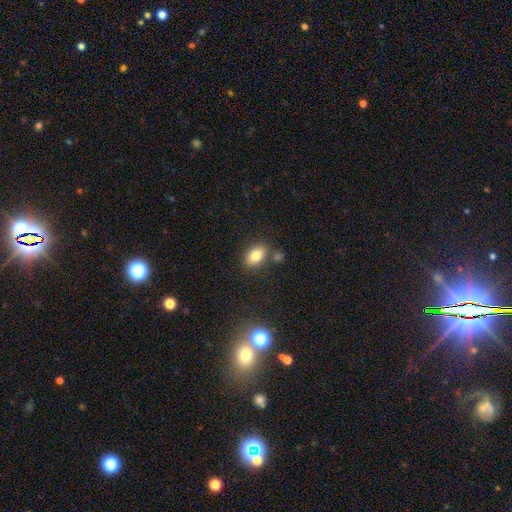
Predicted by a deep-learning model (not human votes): This appears to be a smooth galaxy with no disk features (80%) that is in between round and cigar-shaped (86%). Merging: none (75%).